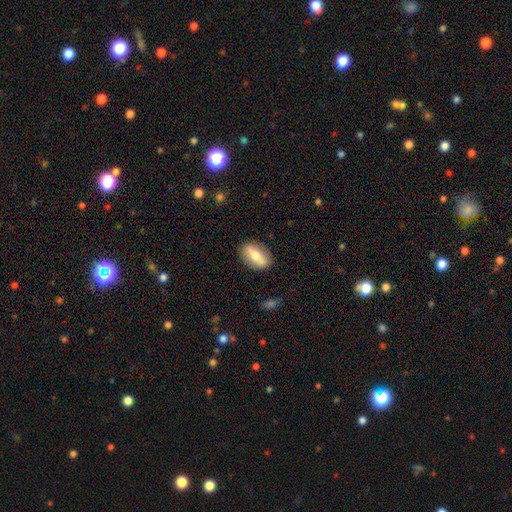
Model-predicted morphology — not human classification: Smooth or featured? Predicted: smooth (p=0.56). How rounded? Predicted: in between (p=0.85). Merging? Predicted: none (p=0.84).